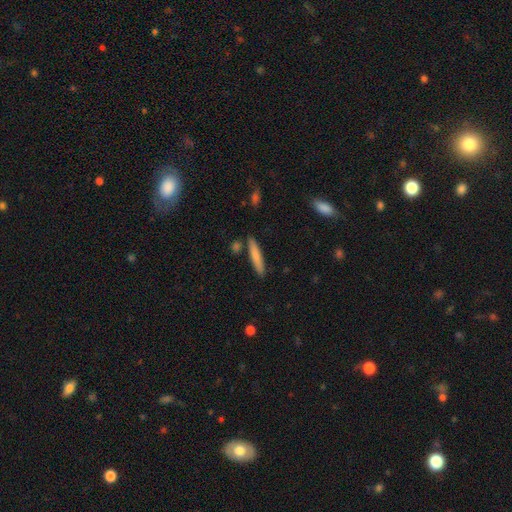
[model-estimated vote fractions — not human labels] The model was most divided on "smooth or featured": smooth: 77%, featured or disk: 17%, star or artifact: 6%. More confident: how rounded — cigar-shaped (90%); merging — none (85%).